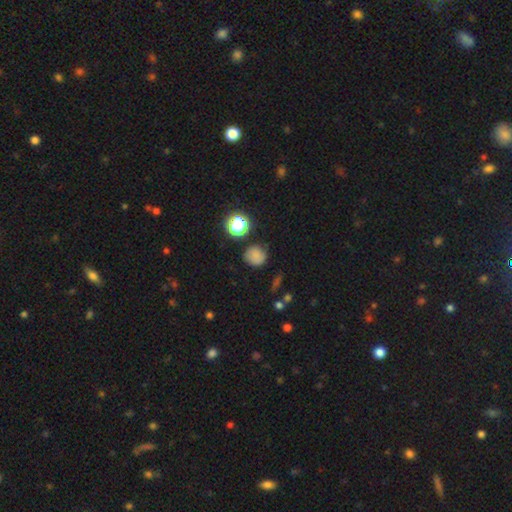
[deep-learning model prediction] smooth 75%, star or artifact 15%, featured or disk 10%. Down the decision tree: how rounded — round (87%); merging — none (77%).